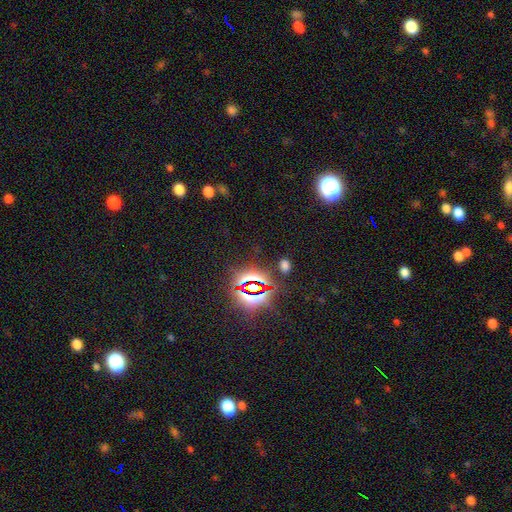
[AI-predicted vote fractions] smooth_or_featured: star or artifact (p=0.80) [alt: smooth p=0.12]